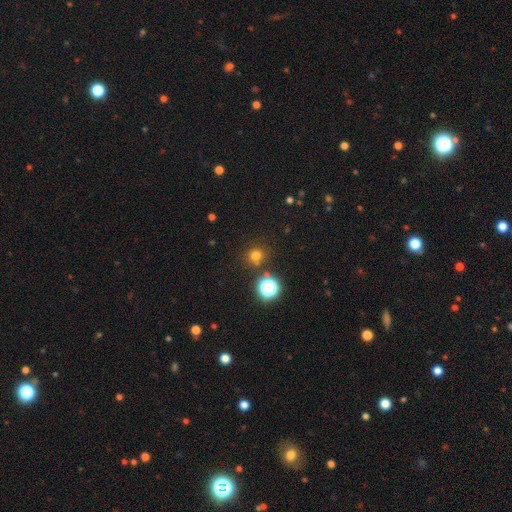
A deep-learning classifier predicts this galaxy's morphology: The model was most divided on "smooth or featured": smooth: 71%, star or artifact: 23%, featured or disk: 6%. More confident: how rounded — round (92%); merging — none (83%).